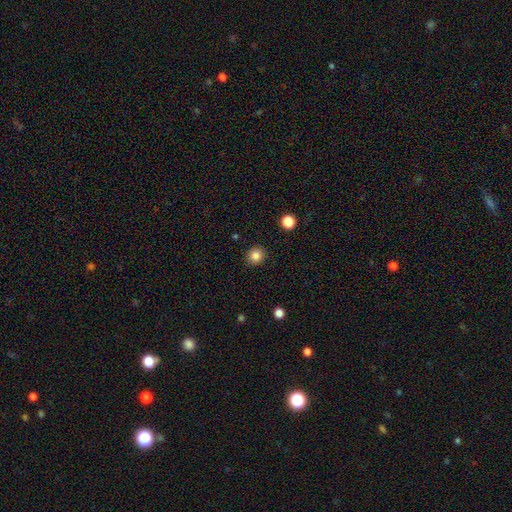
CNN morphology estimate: Smooth or featured?
  - smooth: 84% *
  - star or artifact: 11%
  - featured or disk: 5%
How rounded?
  - round: 89% *
  - in between: 10%
  - cigar-shaped: 1%
Merging?
  - none: 91% *
  - minor disturbance: 6%
  - major disturbance: 2%
  - merger: 1%